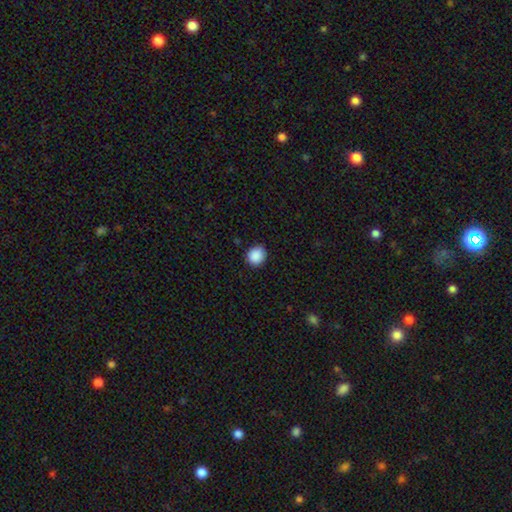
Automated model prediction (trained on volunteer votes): Overall: smooth (89%). How rounded: round (86%). Merging: none (89%).